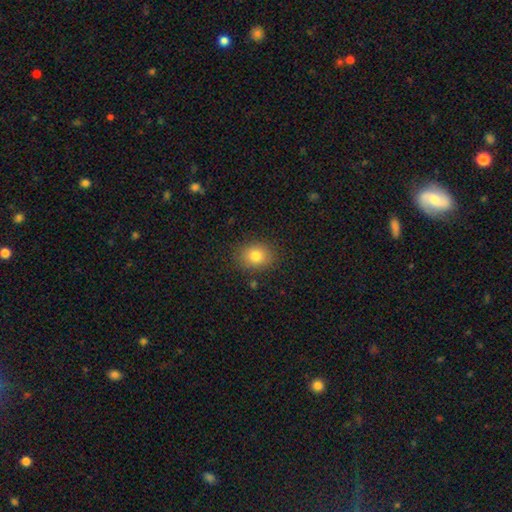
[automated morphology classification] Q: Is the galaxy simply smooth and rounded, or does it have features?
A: smooth — 81%.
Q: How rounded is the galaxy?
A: round — 59%.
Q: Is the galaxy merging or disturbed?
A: none — 85%.